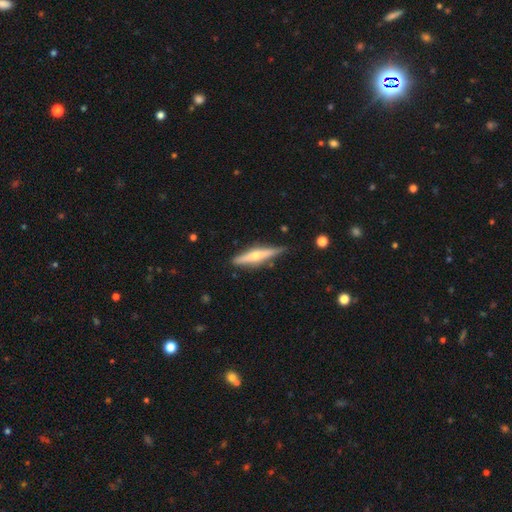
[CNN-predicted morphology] This is likely a featured or disk galaxy (62%). It is clearly viewed edge-on (96%). Edge-on bulge: clearly rounded (88%). Merging: clearly none (82%).